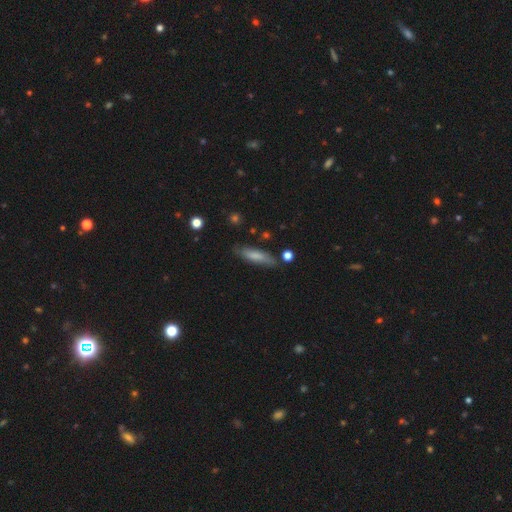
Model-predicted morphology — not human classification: A smooth galaxy with no disk features (73%) that is cigar-shaped (69%). Merging: none (79%).